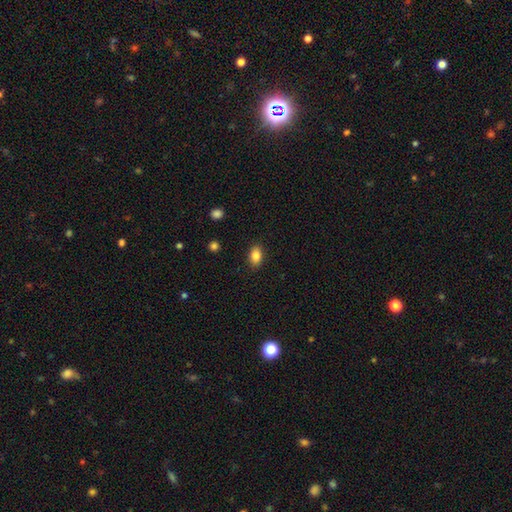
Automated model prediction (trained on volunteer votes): smooth 85%, star or artifact 9%, featured or disk 6%. Down the decision tree: how rounded — in between (86%); merging — none (88%).